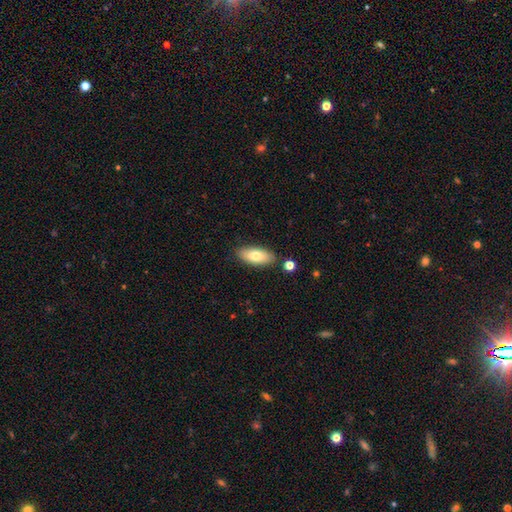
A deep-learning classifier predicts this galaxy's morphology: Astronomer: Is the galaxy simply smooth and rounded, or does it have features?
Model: smooth — 76%.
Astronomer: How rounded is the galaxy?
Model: in between — 83%.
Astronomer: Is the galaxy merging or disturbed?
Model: none — 83%.